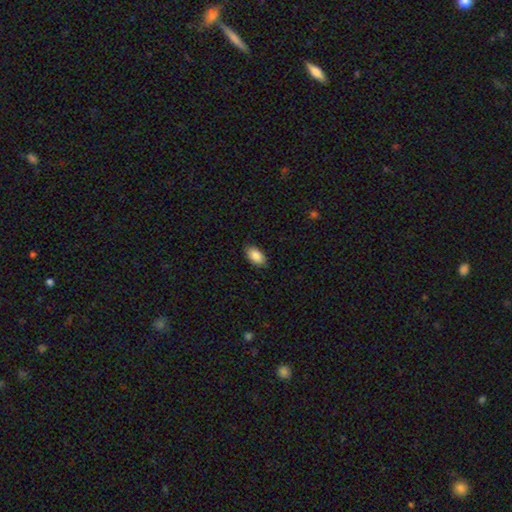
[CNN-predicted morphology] A smooth galaxy with no disk features (87%) that is in between round and cigar-shaped (94%). Merging: none (87%).